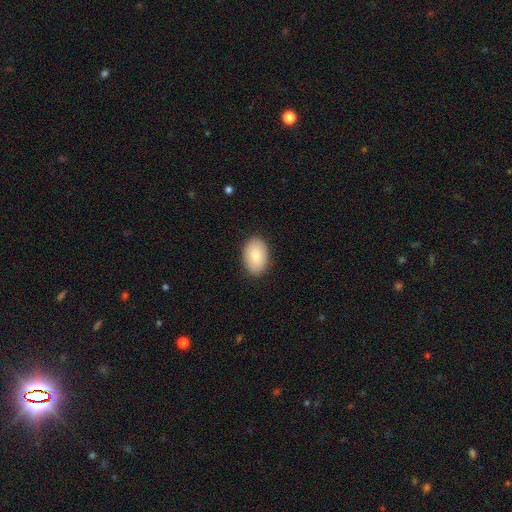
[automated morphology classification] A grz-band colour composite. It shows a smooth galaxy with no disk features (84%) that is in between round and cigar-shaped (90%). Merging: none (88%).